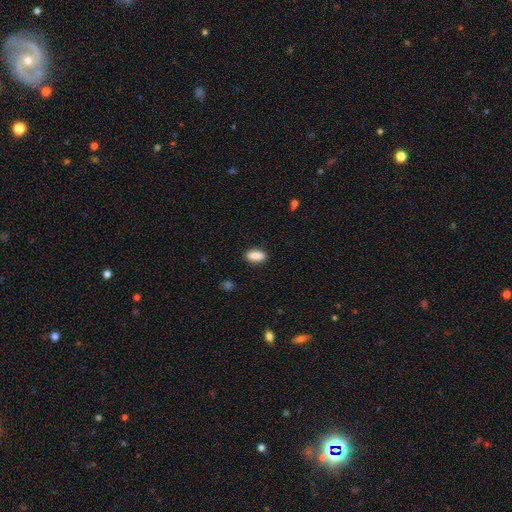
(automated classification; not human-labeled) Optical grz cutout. It shows a smooth galaxy with no disk features (88%) that is in between round and cigar-shaped (81%). Merging: none (88%).